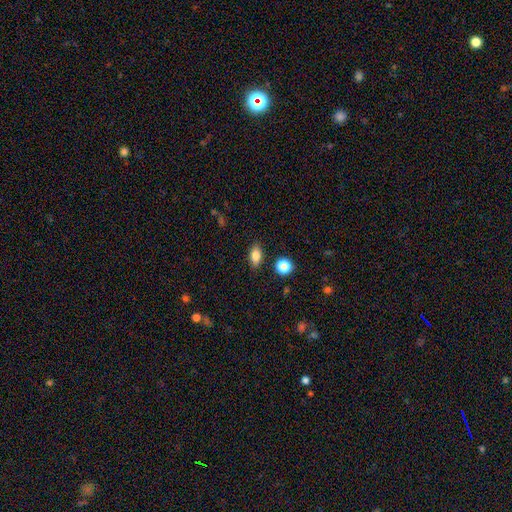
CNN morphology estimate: Overall: smooth (81%). How rounded: in between (83%). Merging: none (86%).